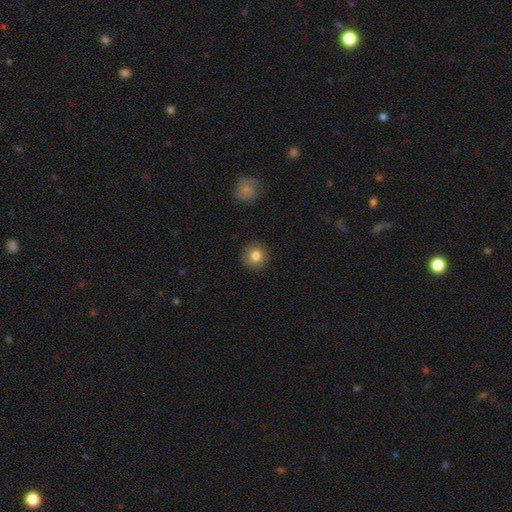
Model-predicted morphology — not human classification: smooth_or_featured: smooth (p=0.81) [alt: featured or disk p=0.10]
how_rounded: round (p=0.94) [alt: in between p=0.05]
merging: none (p=0.91) [alt: minor disturbance p=0.06]